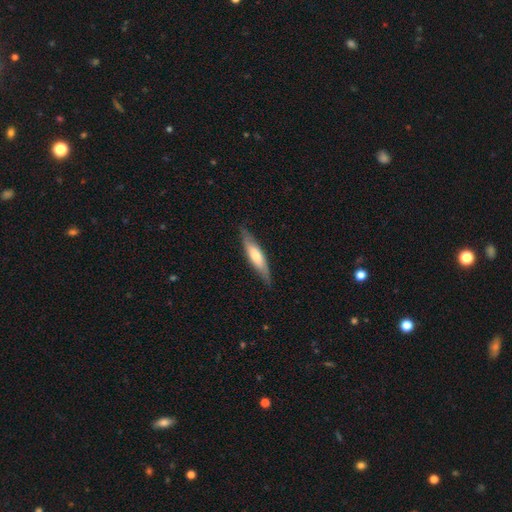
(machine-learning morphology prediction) Smooth or featured? smooth (52%)
How rounded? cigar-shaped (77%)
Merging? none (83%)